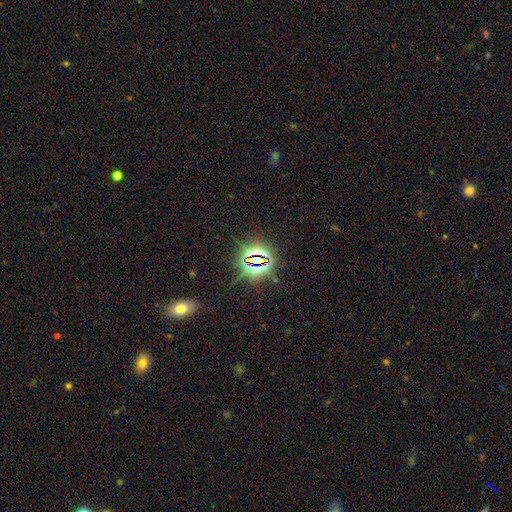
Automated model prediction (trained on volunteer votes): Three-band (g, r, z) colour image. It shows a star or artifact, not a galaxy (82%).